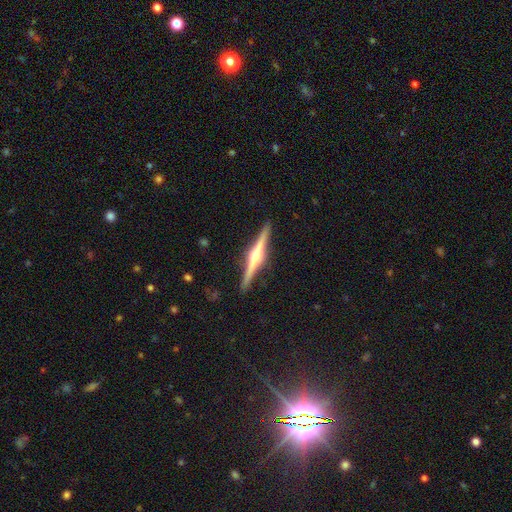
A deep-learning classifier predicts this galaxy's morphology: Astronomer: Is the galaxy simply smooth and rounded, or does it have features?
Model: featured or disk — 82%.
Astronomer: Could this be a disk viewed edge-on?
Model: yes — 98%.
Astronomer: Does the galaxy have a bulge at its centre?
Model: rounded — 90%.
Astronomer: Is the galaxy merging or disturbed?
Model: none — 91%.